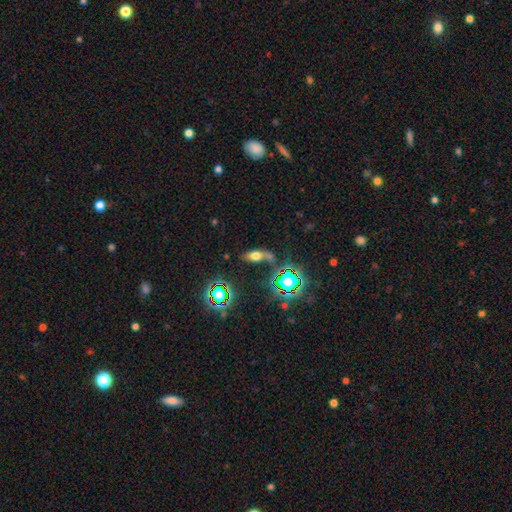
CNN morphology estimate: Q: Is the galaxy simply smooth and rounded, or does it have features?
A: smooth — 54%.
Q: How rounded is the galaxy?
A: in between — 69%.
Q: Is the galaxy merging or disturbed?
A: none — 53%.